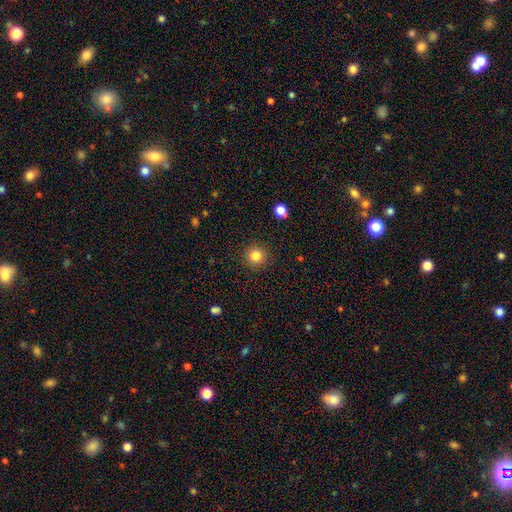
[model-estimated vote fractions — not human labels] smooth_or_featured: smooth (p=0.83) [alt: star or artifact p=0.12]
how_rounded: round (p=0.94) [alt: in between p=0.05]
merging: none (p=0.90) [alt: minor disturbance p=0.06]